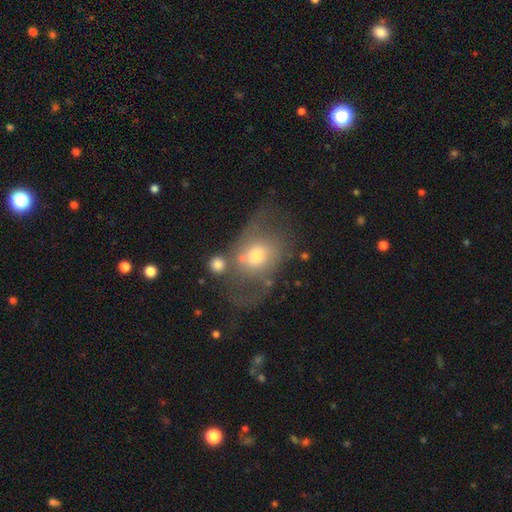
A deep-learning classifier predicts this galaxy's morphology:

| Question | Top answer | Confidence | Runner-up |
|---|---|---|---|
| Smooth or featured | featured or disk | 55% | smooth (36%) |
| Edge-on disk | no | 94% | yes (6%) |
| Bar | no | 72% | weak (23%) |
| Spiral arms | yes | 60% | no (40%) |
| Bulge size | moderate | 62% | small (22%) |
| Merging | none | 44% | major disturbance (22%) |